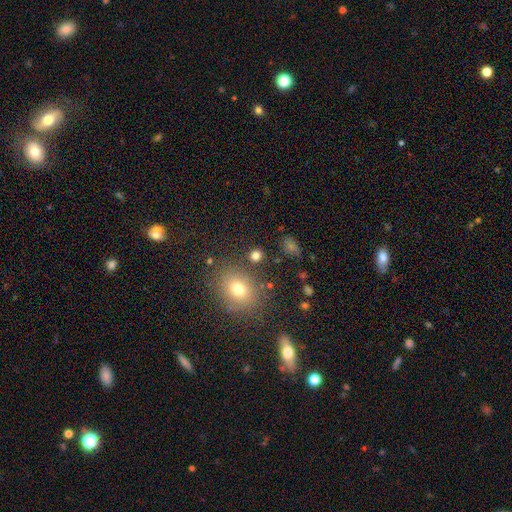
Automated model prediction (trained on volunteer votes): smooth-or-featured: smooth: 76% | star or artifact: 17% | featured or disk: 7%
  how-rounded: round: 77% | in between: 22% | cigar-shaped: 2%
  merging: none: 82% | minor disturbance: 8% | merger: 6% | major disturbance: 4%